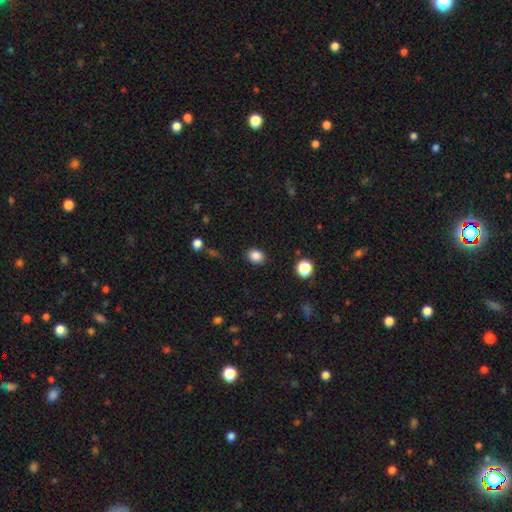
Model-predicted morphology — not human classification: Q: Smooth or featured?
A: smooth (86%); runner-up: star or artifact (11%)
Q: How rounded?
A: round (53%); runner-up: in between (46%)
Q: Merging?
A: none (88%); runner-up: minor disturbance (8%)